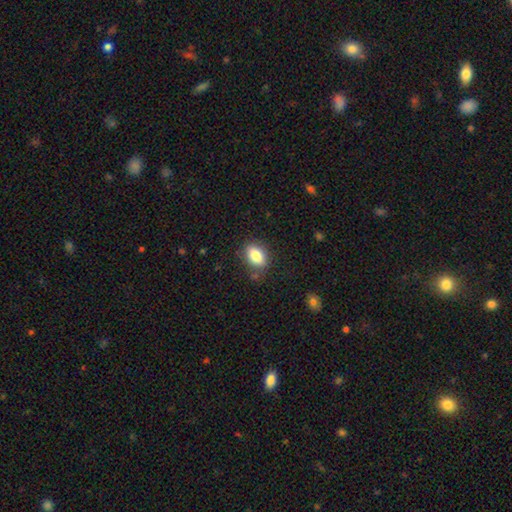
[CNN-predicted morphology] Smooth or featured?
  - smooth: 82% *
  - featured or disk: 9%
  - star or artifact: 8%
How rounded?
  - in between: 84% *
  - round: 13%
  - cigar-shaped: 3%
Merging?
  - none: 81% *
  - minor disturbance: 13%
  - major disturbance: 3%
  - merger: 2%